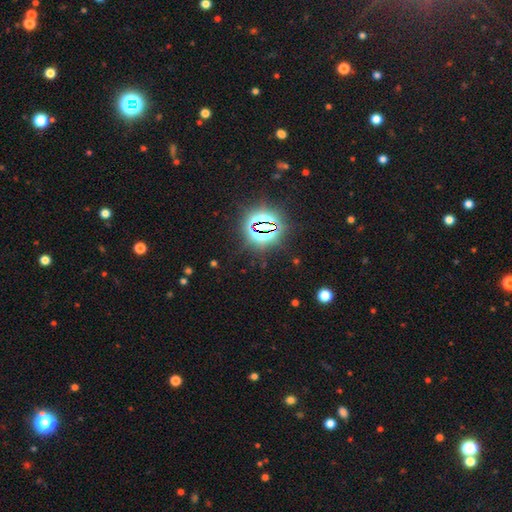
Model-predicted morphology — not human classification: The model was most divided on "smooth or featured": star or artifact: 84%, smooth: 10%, featured or disk: 7%.